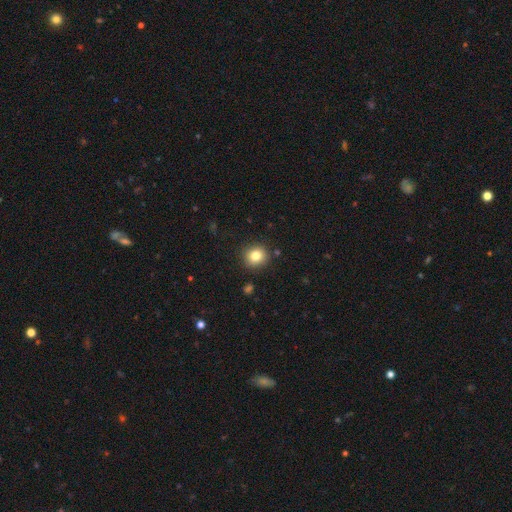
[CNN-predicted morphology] smooth-or-featured: smooth: 82% | star or artifact: 11% | featured or disk: 7%
  how-rounded: round: 87% | in between: 12% | cigar-shaped: 1%
  merging: none: 89% | minor disturbance: 7% | major disturbance: 2% | merger: 2%